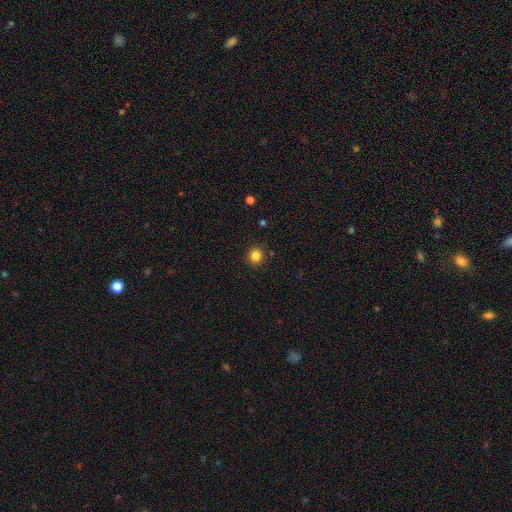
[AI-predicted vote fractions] This is clearly a smooth galaxy (84%). How rounded: clearly round (91%). Merging: clearly none (90%).